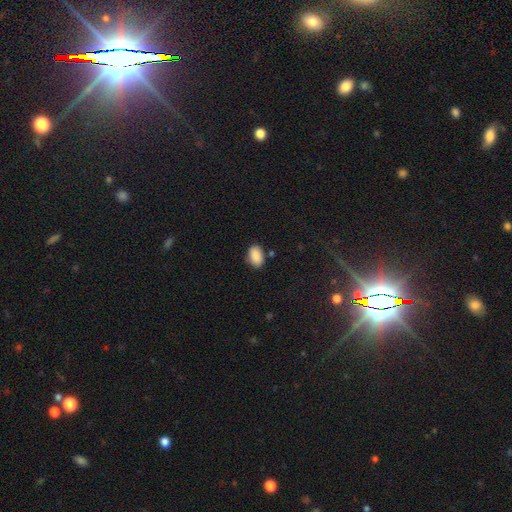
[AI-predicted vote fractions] A smooth galaxy with no disk features (89%) that is in between round and cigar-shaped (89%). Merging: none (79%).